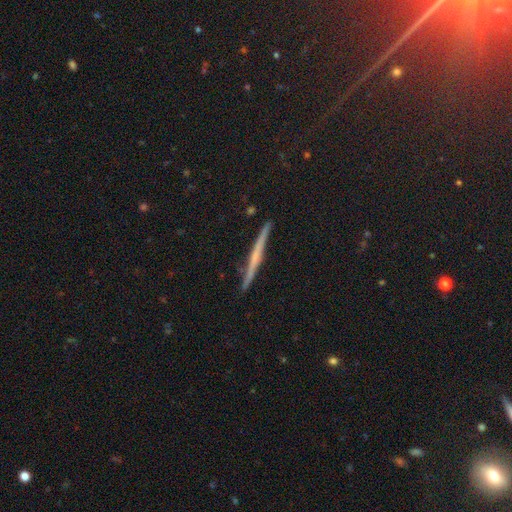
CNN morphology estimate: The model was most divided on "edge-on bulge": none: 61%, rounded: 28%, boxy: 12%. More confident: edge-on disk — yes (97%); merging — none (89%); smooth or featured — featured or disk (64%).